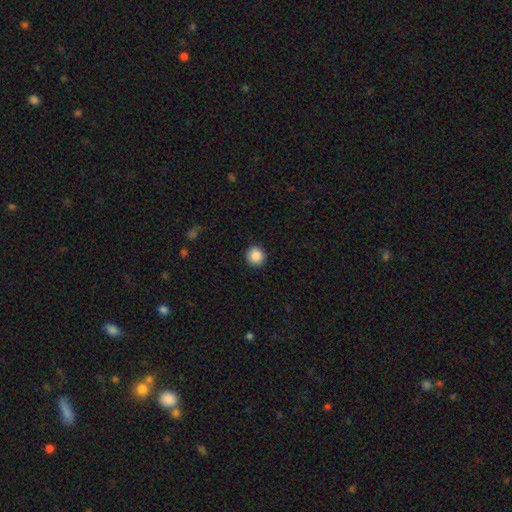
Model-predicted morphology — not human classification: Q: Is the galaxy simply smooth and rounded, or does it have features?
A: smooth — 88%.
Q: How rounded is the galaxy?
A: round — 93%.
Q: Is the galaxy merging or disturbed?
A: none — 91%.